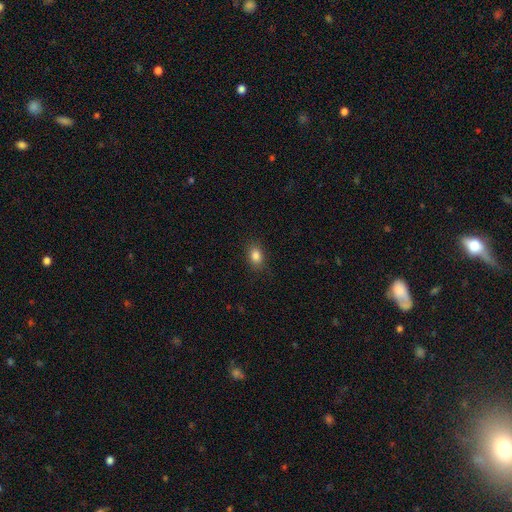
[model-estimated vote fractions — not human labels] Smooth or featured?
  - smooth: 85% *
  - star or artifact: 10%
  - featured or disk: 5%
How rounded?
  - in between: 75% *
  - round: 23%
  - cigar-shaped: 2%
Merging?
  - none: 85% *
  - minor disturbance: 11%
  - major disturbance: 3%
  - merger: 1%